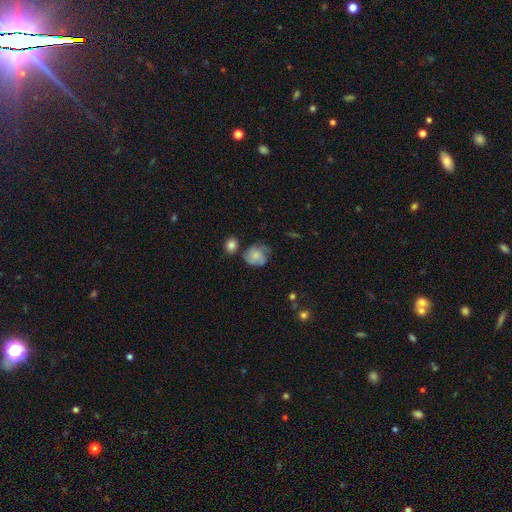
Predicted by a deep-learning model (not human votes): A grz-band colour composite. It shows a smooth galaxy with no disk features (54%) that is round (66%). Merging: none (49%).